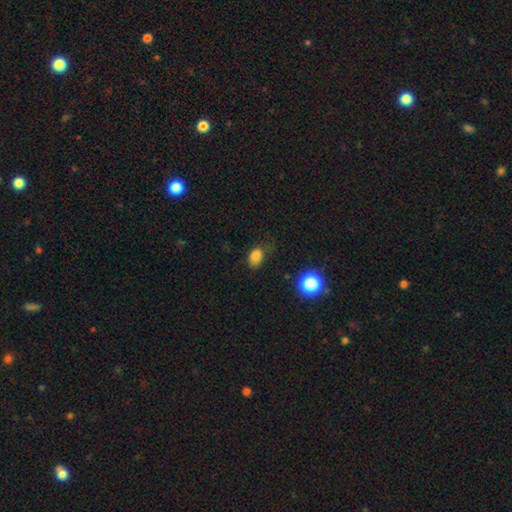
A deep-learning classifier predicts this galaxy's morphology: smooth_or_featured: smooth (p=0.82) [alt: star or artifact p=0.14]
how_rounded: in between (p=0.75) [alt: round p=0.24]
merging: none (p=0.66) [alt: minor disturbance p=0.25]